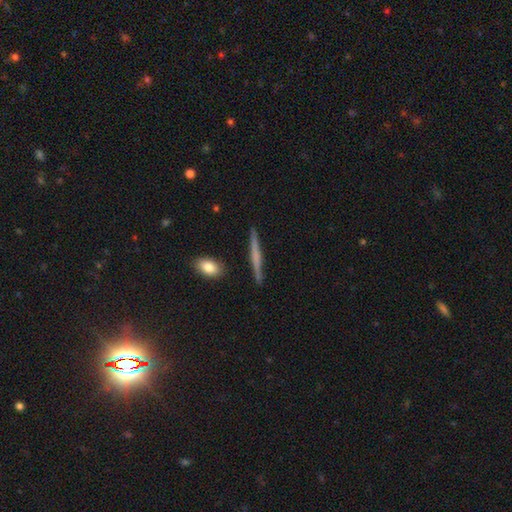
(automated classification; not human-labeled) smooth_or_featured: featured or disk (p=0.53) [alt: smooth p=0.40]
disk_edge_on: yes (p=0.97) [alt: no p=0.03]
edge_on_bulge: none (p=0.64) [alt: rounded p=0.24]
merging: none (p=0.90) [alt: minor disturbance p=0.07]